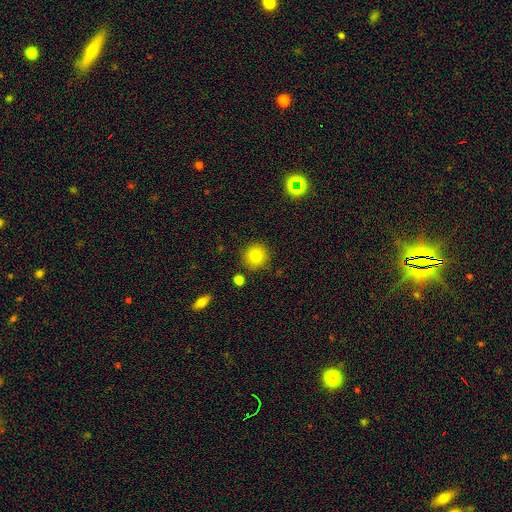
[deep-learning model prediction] Q: Smooth or featured?
A: smooth (80%); runner-up: star or artifact (11%)
Q: How rounded?
A: round (93%); runner-up: in between (6%)
Q: Merging?
A: none (88%); runner-up: minor disturbance (7%)